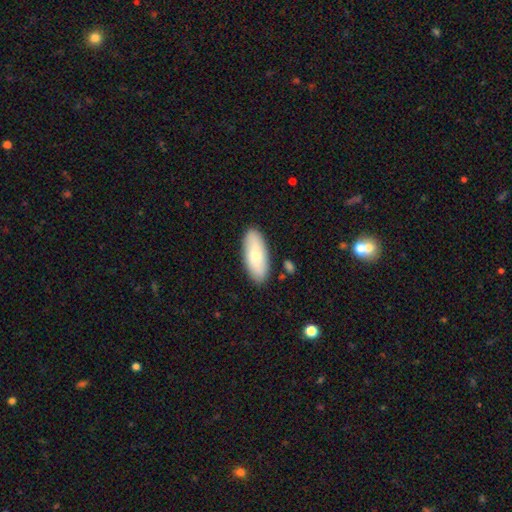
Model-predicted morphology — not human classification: The model was most divided on "smooth or featured": smooth: 73%, featured or disk: 21%, star or artifact: 6%. More confident: merging — none (87%); how rounded — in between (81%).